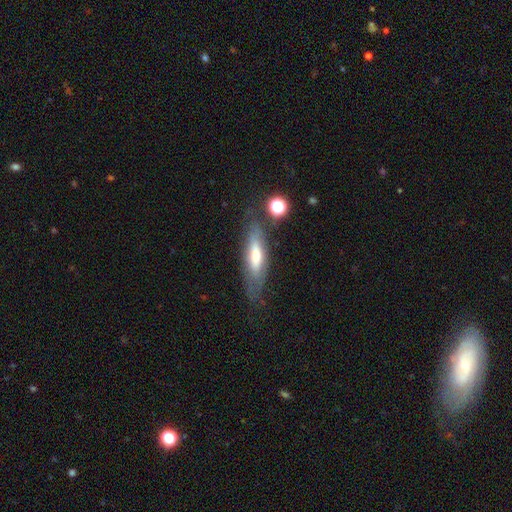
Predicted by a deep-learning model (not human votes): featured or disk 47%, smooth 45%, star or artifact 8%. Down the decision tree: merging — none (69%).